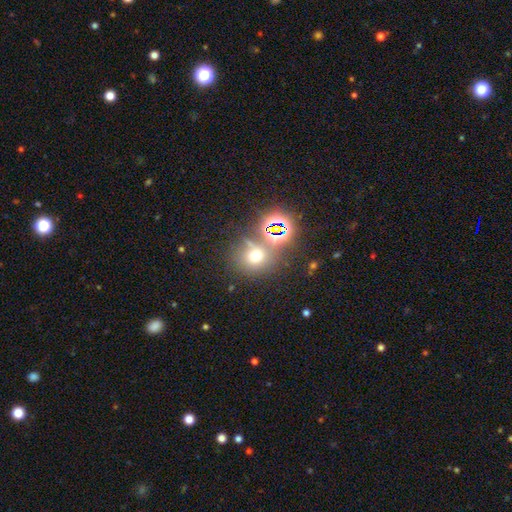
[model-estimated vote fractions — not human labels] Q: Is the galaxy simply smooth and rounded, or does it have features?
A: smooth — 57%.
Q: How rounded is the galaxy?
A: round — 82%.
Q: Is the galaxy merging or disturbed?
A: none — 62%.